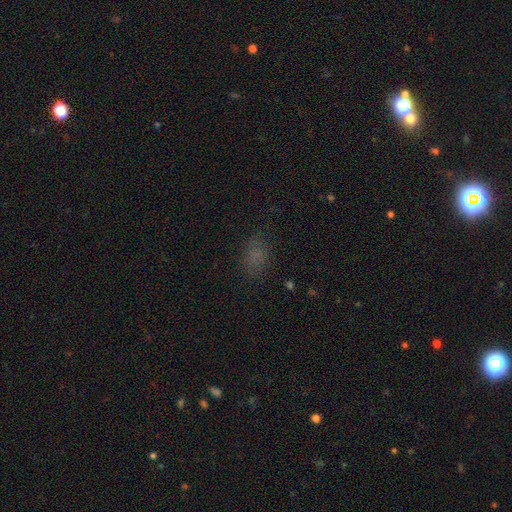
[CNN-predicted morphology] A smooth galaxy with no disk features (72%) that is in between round and cigar-shaped (80%).

Vote fractions:
- Smooth or featured? smooth: 72% / star or artifact: 20% / featured or disk: 8%
- How rounded? in between: 80% / round: 18% / cigar-shaped: 2%
- Merging? none: 77% / minor disturbance: 16% / major disturbance: 6% / merger: 1%